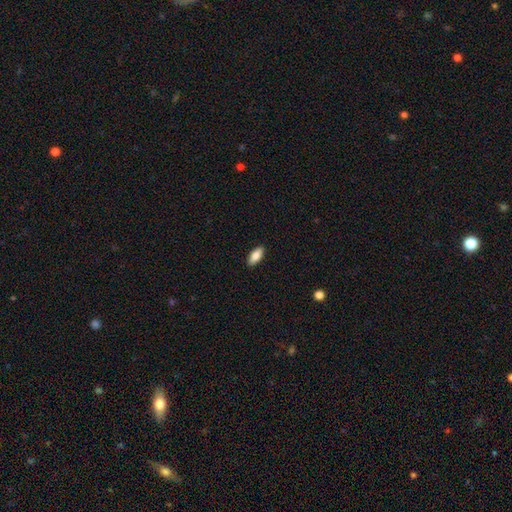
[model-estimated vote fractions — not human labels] Smooth or featured? Predicted: smooth (p=0.83). How rounded? Predicted: in between (p=0.84). Merging? Predicted: none (p=0.90).